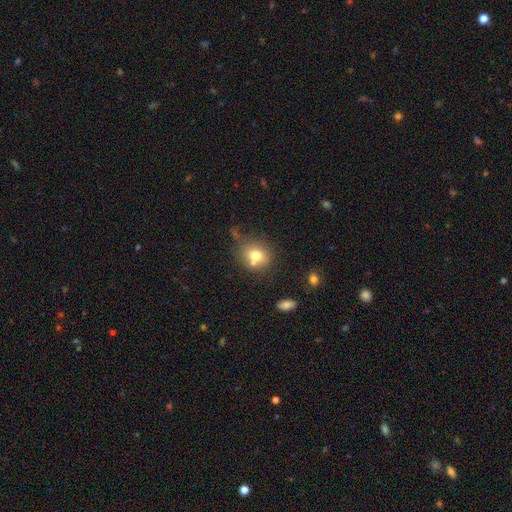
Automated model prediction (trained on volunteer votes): This is likely a smooth galaxy (72%). How rounded: likely round (69%). Merging: possibly none (52%).